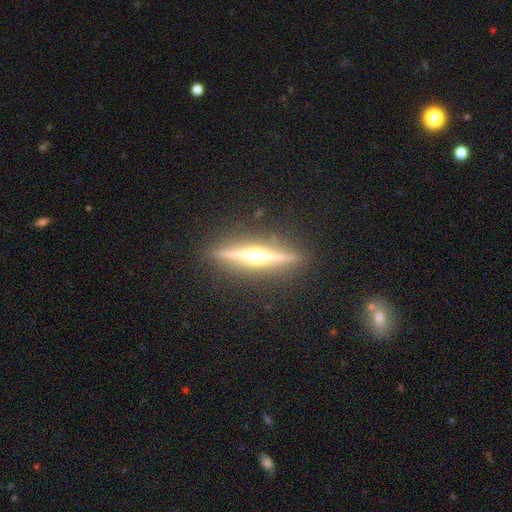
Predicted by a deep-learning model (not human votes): featured or disk 84%, smooth 11%, star or artifact 5%. Down the decision tree: edge-on disk — yes (98%); edge-on bulge — rounded (96%); merging — none (91%).